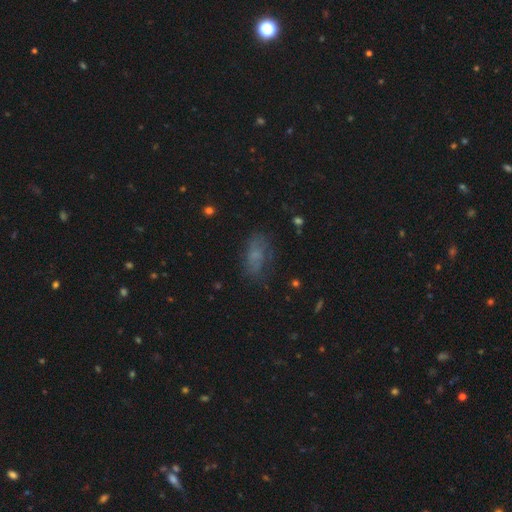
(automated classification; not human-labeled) Q: Smooth or featured?
A: smooth (58%); runner-up: featured or disk (24%)
Q: How rounded?
A: in between (86%); runner-up: round (7%)
Q: Merging?
A: none (57%); runner-up: minor disturbance (24%)